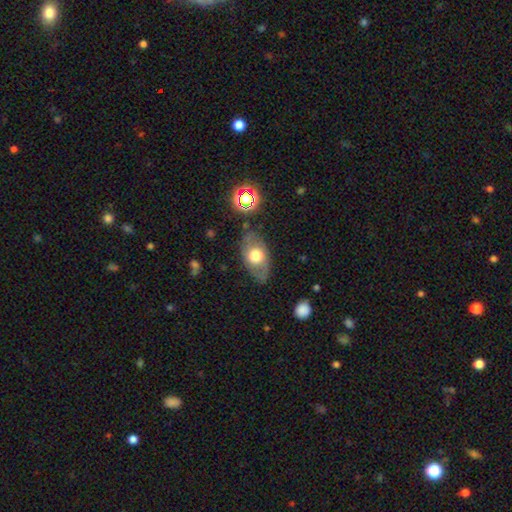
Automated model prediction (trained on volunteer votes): smooth_or_featured: smooth (p=0.56) [alt: featured or disk p=0.36]
how_rounded: in between (p=0.84) [alt: round p=0.13]
merging: none (p=0.76) [alt: minor disturbance p=0.16]